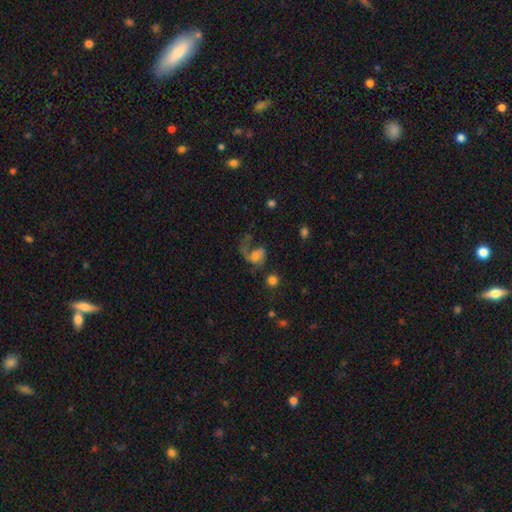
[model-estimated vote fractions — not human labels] This is likely a featured or disk galaxy (67%). It is clearly not viewed edge-on (97%). Bar: possibly no (55%). Spiral arm pattern: clearly yes (88%). Spiral arm count: possibly 1 (49%). Spiral winding: possibly loose (59%). Central bulge: possibly moderate (47%). Merging: marginally major disturbance (43%).